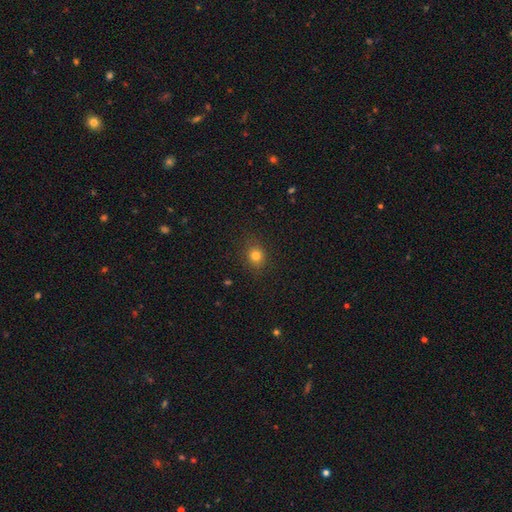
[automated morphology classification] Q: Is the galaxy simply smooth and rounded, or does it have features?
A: smooth — 79%.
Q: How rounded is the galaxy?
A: round — 70%.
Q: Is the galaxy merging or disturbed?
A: none — 87%.